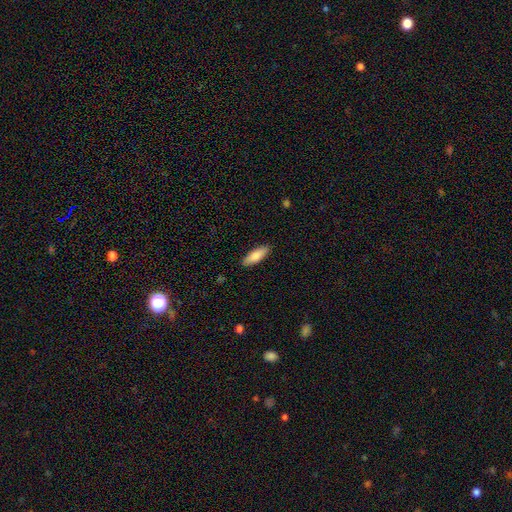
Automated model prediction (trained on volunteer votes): Smooth or featured? smooth (82%)
How rounded? in between (62%)
Merging? none (89%)